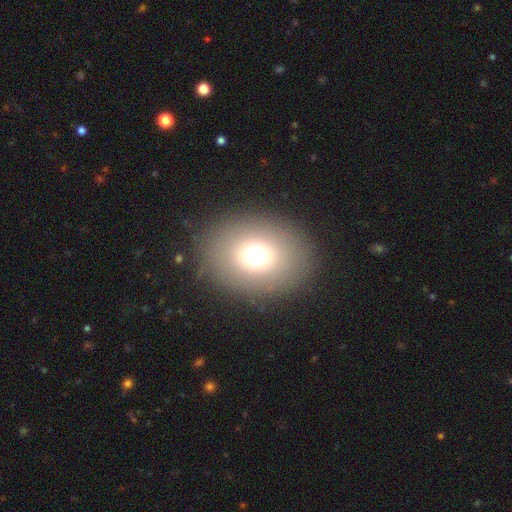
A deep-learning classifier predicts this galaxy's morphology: Overall: smooth (69%). How rounded: round (56%; in between 42%). Merging: none (86%).